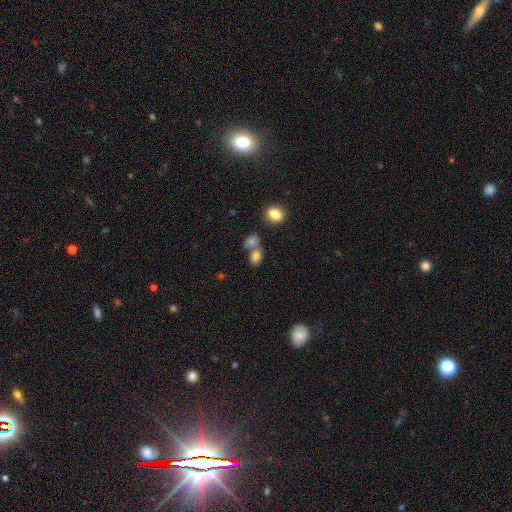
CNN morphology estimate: Q: Smooth or featured?
A: smooth (80%); runner-up: star or artifact (11%)
Q: How rounded?
A: in between (75%); runner-up: round (23%)
Q: Merging?
A: merger (46%); runner-up: none (40%)